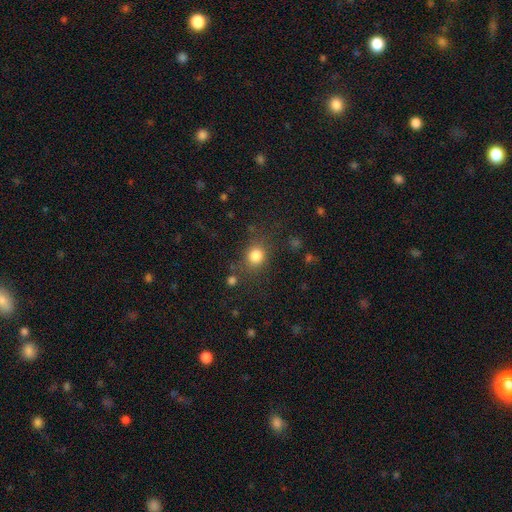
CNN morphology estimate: smooth_or_featured: smooth (p=0.82) [alt: star or artifact p=0.12]
how_rounded: round (p=0.77) [alt: in between p=0.22]
merging: none (p=0.76) [alt: minor disturbance p=0.14]